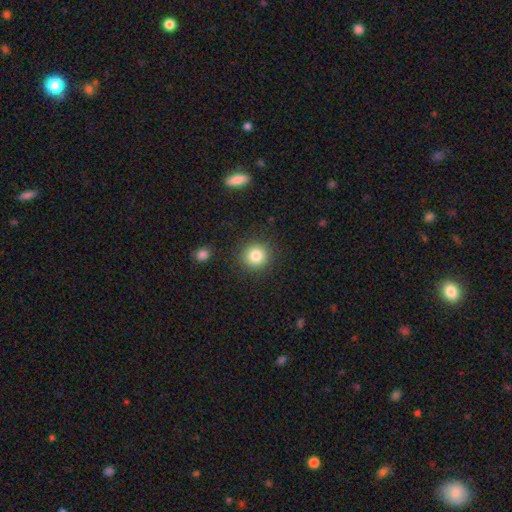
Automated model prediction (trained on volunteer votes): Smooth or featured?
  - smooth: 83% *
  - star or artifact: 10%
  - featured or disk: 7%
How rounded?
  - round: 93% *
  - in between: 6%
  - cigar-shaped: 1%
Merging?
  - none: 89% *
  - minor disturbance: 7%
  - major disturbance: 2%
  - merger: 2%